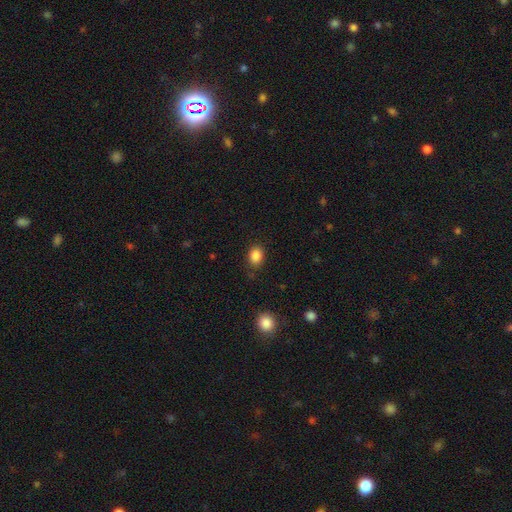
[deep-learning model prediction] Smooth or featured?
  - smooth: 87% *
  - star or artifact: 10%
  - featured or disk: 4%
How rounded?
  - in between: 58% *
  - round: 41%
  - cigar-shaped: 1%
Merging?
  - none: 85% *
  - minor disturbance: 11%
  - major disturbance: 3%
  - merger: 2%